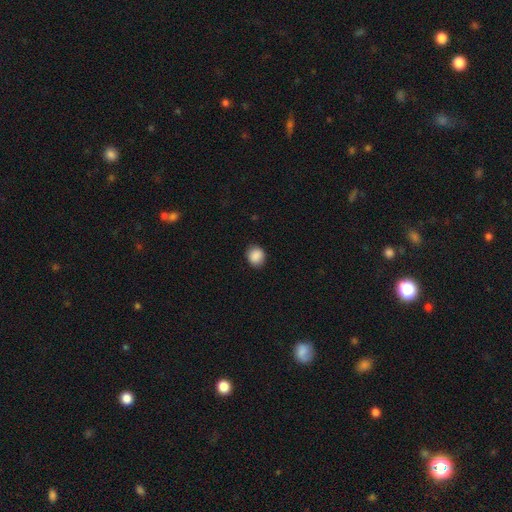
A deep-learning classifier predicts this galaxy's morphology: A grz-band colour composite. It shows a smooth galaxy with no disk features (89%) that is round (79%). Merging: none (87%).